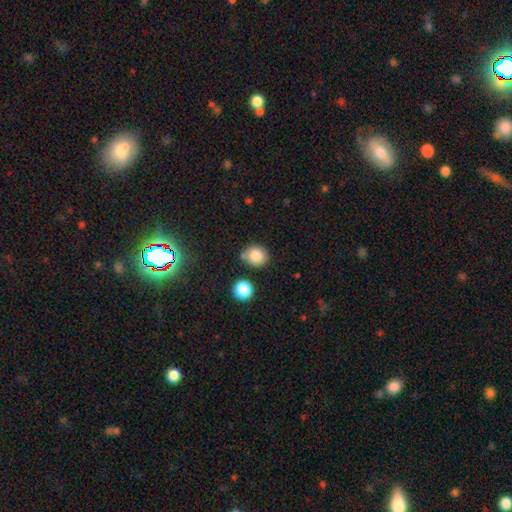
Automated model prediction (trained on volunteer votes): The model was most divided on "how rounded": round: 74%, in between: 25%, cigar-shaped: 1%. More confident: smooth or featured — smooth (83%); merging — none (66%).